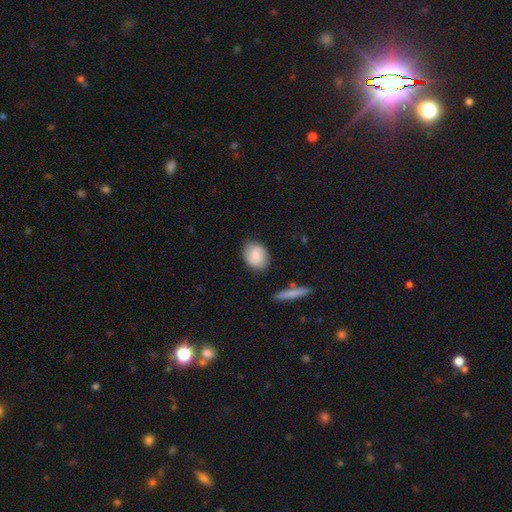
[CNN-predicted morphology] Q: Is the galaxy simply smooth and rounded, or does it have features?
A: smooth — 82%.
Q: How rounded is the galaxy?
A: in between — 65%.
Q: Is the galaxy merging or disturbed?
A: none — 78%.